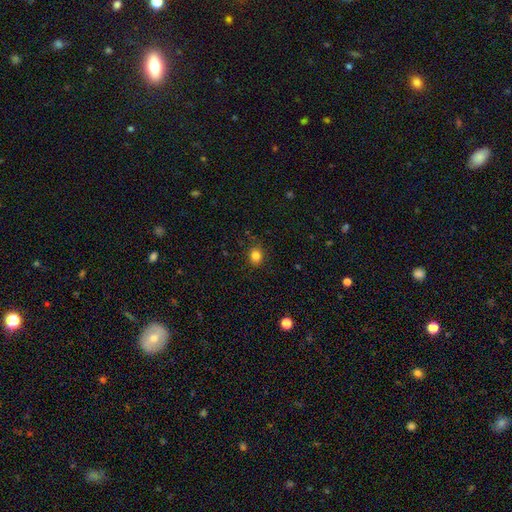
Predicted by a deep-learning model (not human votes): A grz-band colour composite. It shows a smooth galaxy with no disk features (83%) that is round (64%). Merging: none (87%).